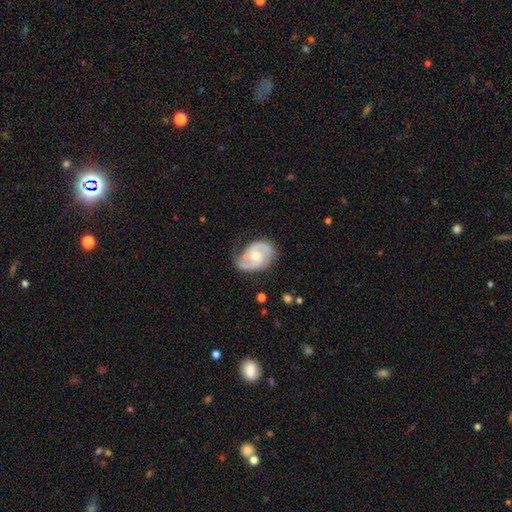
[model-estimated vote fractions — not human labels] A featured or disk galaxy (83%) with no bar (54%), 2 (84%) medium (49%) spiral arms (95%) and a moderate central bulge (55%).

Vote fractions:
- Smooth or featured? featured or disk: 83% / smooth: 12% / star or artifact: 5%
- Edge-on disk? no: 98% / yes: 2%
- Bar? no: 54% / weak: 39% / strong: 7%
- Spiral arms? yes: 95% / no: 5%
- Spiral winding? medium: 49% / tight: 35% / loose: 16%
- Spiral arm count? 2: 84% / can't tell: 7% / 1: 5% / 3: 3% / 4: 1% / more than 4: 1%
- Bulge size? moderate: 55% / small: 39% / large: 3% / none: 2% / dominant: 1%
- Merging? none: 58% / minor disturbance: 26% / major disturbance: 11% / merger: 5%